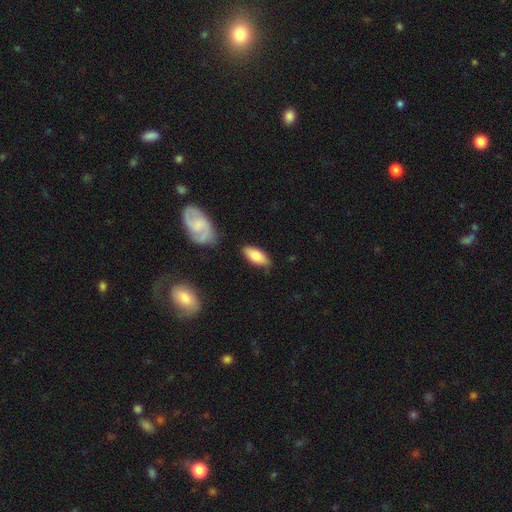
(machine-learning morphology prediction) This appears to be a smooth galaxy with no disk features (75%) that is in between round and cigar-shaped (84%). Merging: none (77%).